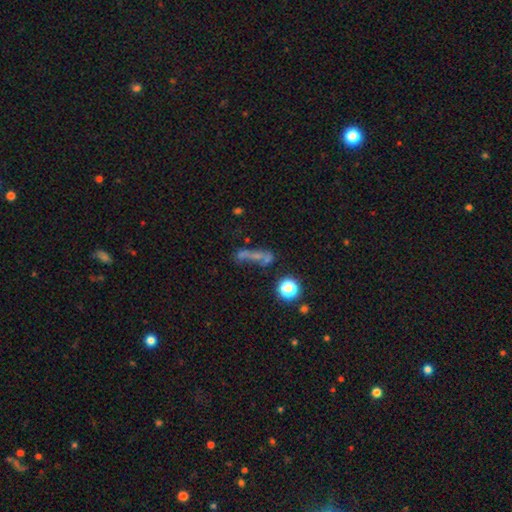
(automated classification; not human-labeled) Overall: smooth (43%; featured or disk 29%). Merging: none (39%; merger 27%).